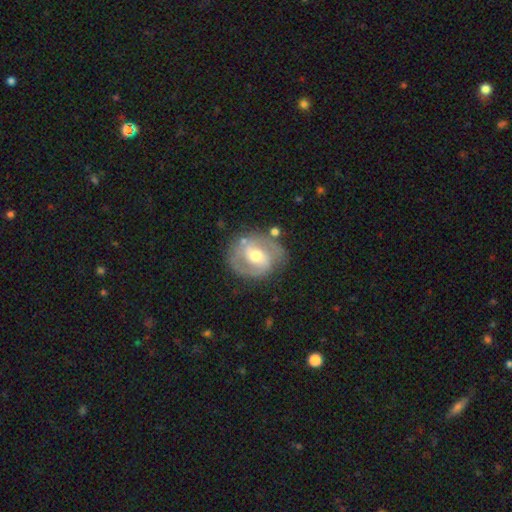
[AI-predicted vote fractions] Smooth or featured? featured or disk (81%)
Edge-on disk? no (97%)
Bar? weak (46%)
Spiral arms? yes (89%)
Spiral winding? medium (49%)
Spiral arm count? 2 (84%)
Bulge size? moderate (68%)
Merging? none (75%)